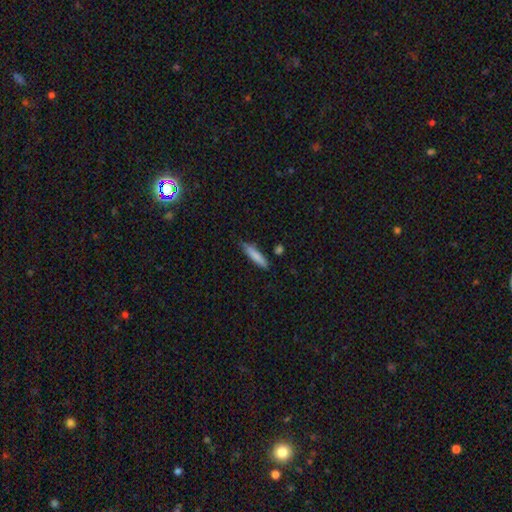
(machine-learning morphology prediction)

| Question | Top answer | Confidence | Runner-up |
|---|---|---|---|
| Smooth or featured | smooth | 80% | featured or disk (13%) |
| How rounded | cigar-shaped | 84% | in between (14%) |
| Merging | none | 78% | minor disturbance (16%) |